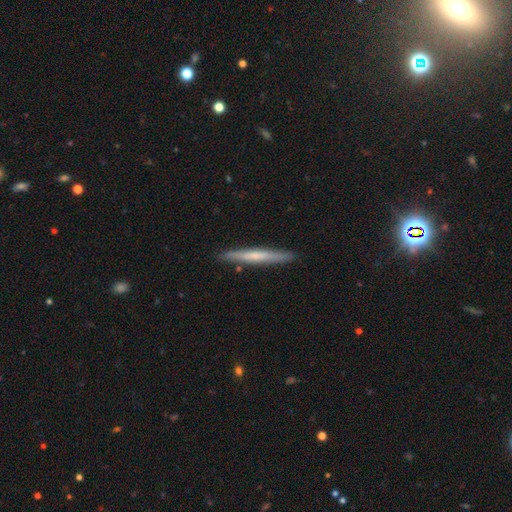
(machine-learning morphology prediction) This appears to be a smooth galaxy with no disk features (50%) that is cigar-shaped (97%). Merging: none (90%).